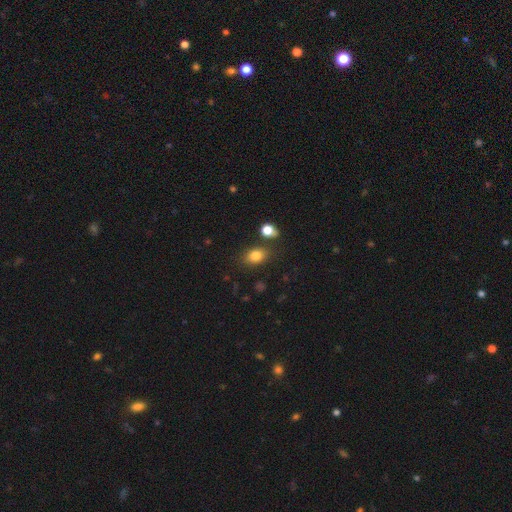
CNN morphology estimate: Smooth or featured? Predicted: smooth (p=0.81). How rounded? Predicted: in between (p=0.72). Merging? Predicted: none (p=0.78).